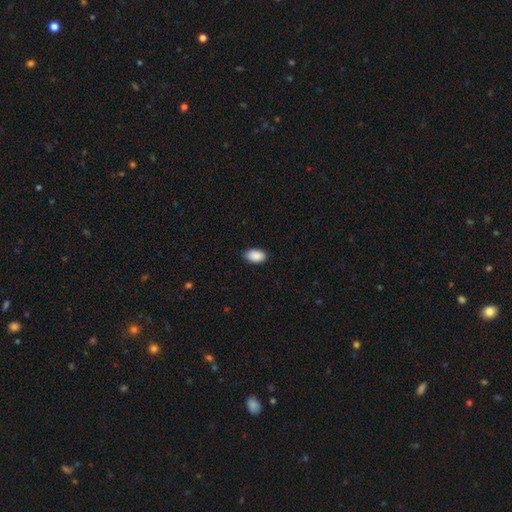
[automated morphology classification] smooth 91%, star or artifact 7%, featured or disk 3%. Down the decision tree: how rounded — in between (93%); merging — none (88%).